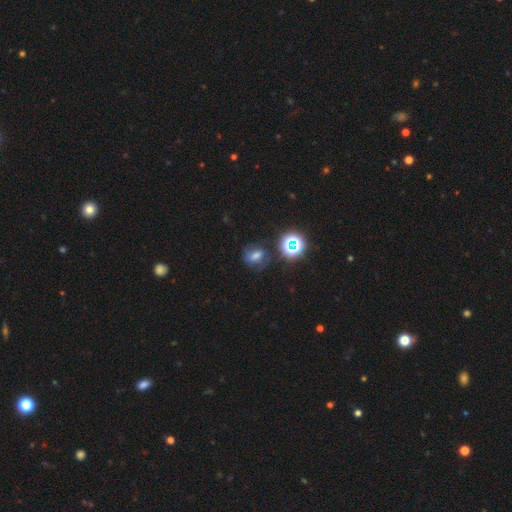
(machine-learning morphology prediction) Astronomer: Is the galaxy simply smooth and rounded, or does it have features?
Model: smooth — 40% (runner-up: featured or disk, 32%).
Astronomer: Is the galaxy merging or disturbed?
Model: none — 66%.